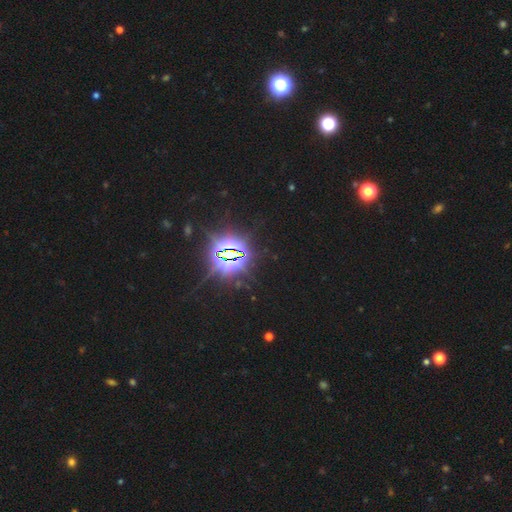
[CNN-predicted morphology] type=star or artifact (83%).